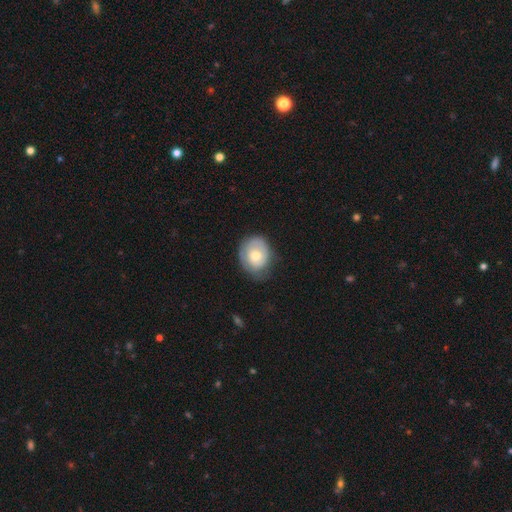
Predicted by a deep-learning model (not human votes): Smooth or featured? smooth (57%)
How rounded? round (58%)
Merging? none (62%)